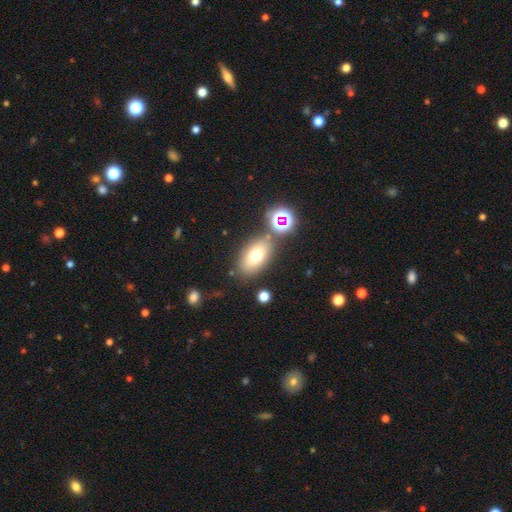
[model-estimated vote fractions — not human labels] This is likely a smooth galaxy (68%). How rounded: clearly in between (84%). Merging: likely none (76%).